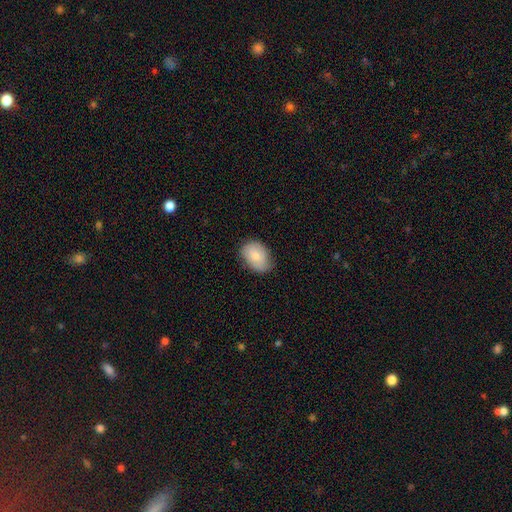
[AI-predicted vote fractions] A smooth galaxy with no disk features (78%) that is in between round and cigar-shaped (77%). Merging: none (69%).